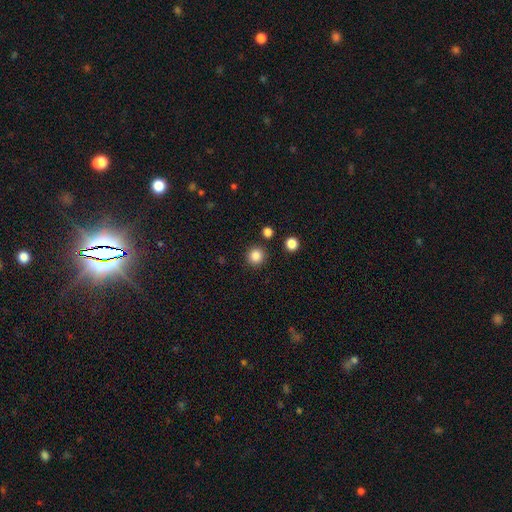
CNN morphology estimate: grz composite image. It shows a smooth galaxy with no disk features (86%) that is round (94%). Merging: none (90%).